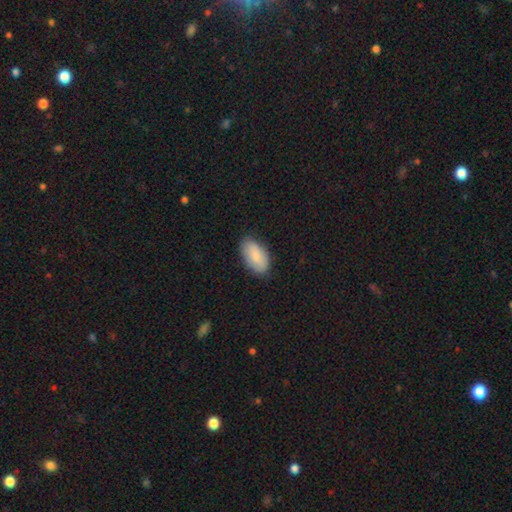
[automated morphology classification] A smooth galaxy with no disk features (83%) that is in between round and cigar-shaped (94%). Merging: none (84%).